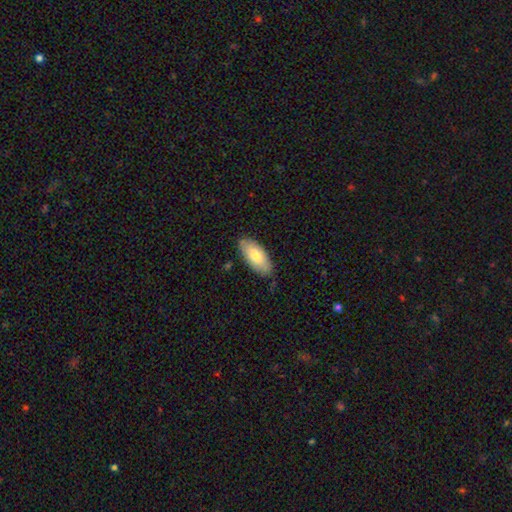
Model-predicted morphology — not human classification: Q: Smooth or featured?
A: smooth (77%); runner-up: featured or disk (17%)
Q: How rounded?
A: in between (90%); runner-up: cigar-shaped (9%)
Q: Merging?
A: none (81%); runner-up: minor disturbance (15%)